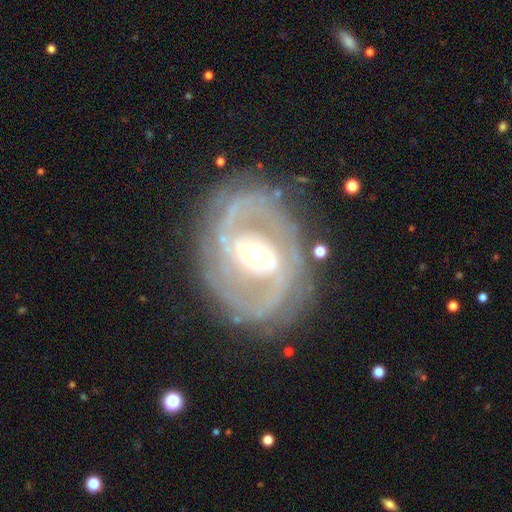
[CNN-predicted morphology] A featured or disk galaxy (85%) with no bar (40%), 2 (65%) tight (47%) spiral arms (86%) and a moderate central bulge (64%). Merging: none (75%).